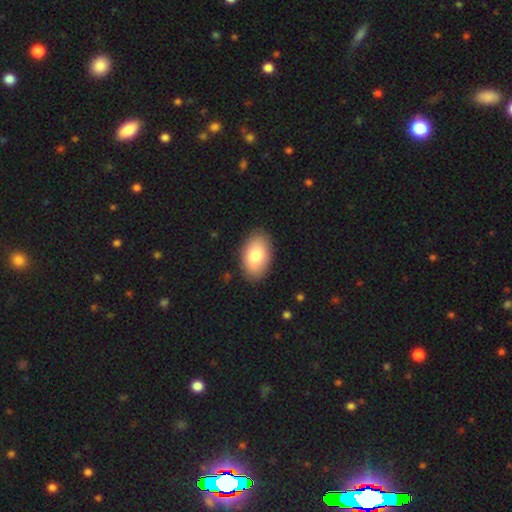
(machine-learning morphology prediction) A smooth galaxy with no disk features (81%) that is in between round and cigar-shaped (93%).

Vote fractions:
- Smooth or featured? smooth: 81% / featured or disk: 12% / star or artifact: 6%
- How rounded? in between: 93% / round: 6% / cigar-shaped: 1%
- Merging? none: 87% / minor disturbance: 10% / major disturbance: 2% / merger: 1%